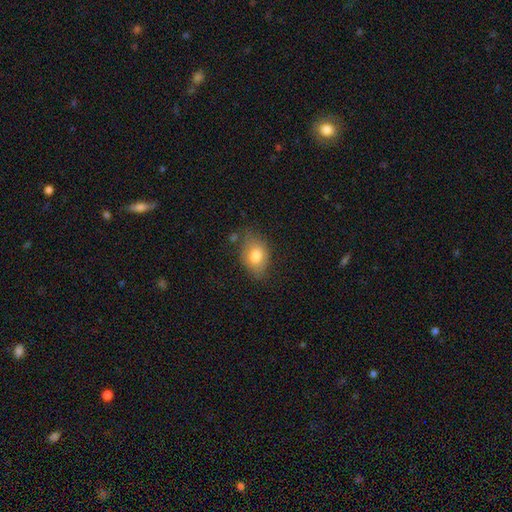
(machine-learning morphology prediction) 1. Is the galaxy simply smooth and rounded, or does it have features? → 79% smooth, 12% featured or disk, 8% star or artifact.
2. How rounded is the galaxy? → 80% in between, 18% round, 2% cigar-shaped.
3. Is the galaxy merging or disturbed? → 63% none, 26% minor disturbance, 7% major disturbance, 4% merger.